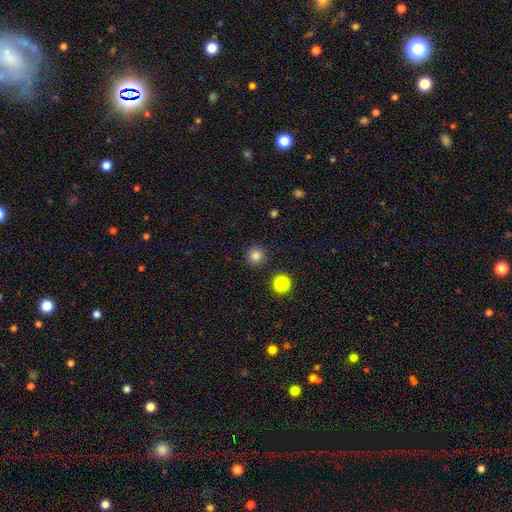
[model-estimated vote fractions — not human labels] The model was most divided on "smooth or featured": smooth: 83%, star or artifact: 13%, featured or disk: 4%. More confident: how rounded — round (95%); merging — none (91%).